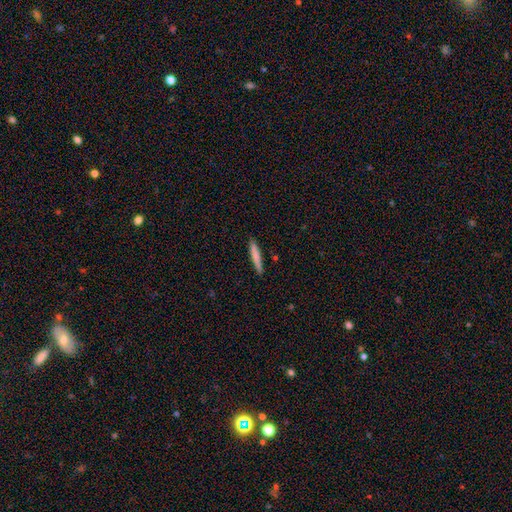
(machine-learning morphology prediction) Overall: smooth (76%). How rounded: cigar-shaped (94%). Merging: none (90%).